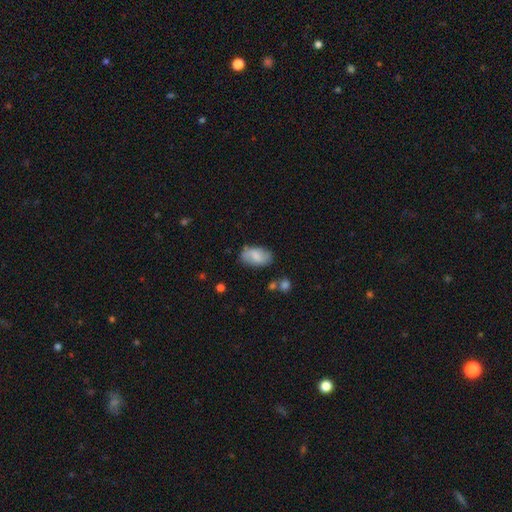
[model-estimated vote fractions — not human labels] A smooth galaxy with no disk features (69%) that is in between round and cigar-shaped (92%). Merging: none (70%).